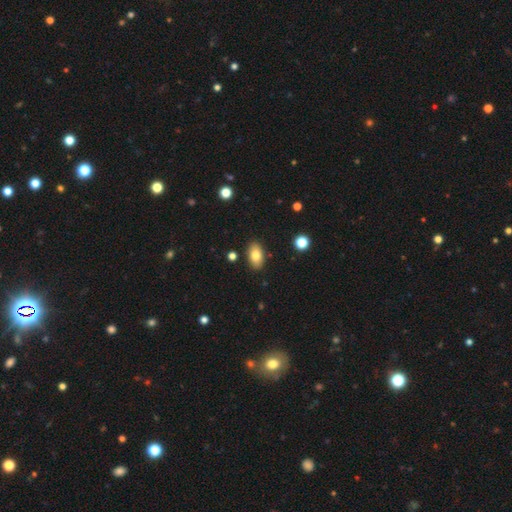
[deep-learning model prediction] A smooth galaxy with no disk features (80%) that is in between round and cigar-shaped (92%).

Vote fractions:
- Smooth or featured? smooth: 80% / featured or disk: 12% / star or artifact: 8%
- How rounded? in between: 92% / round: 6% / cigar-shaped: 2%
- Merging? none: 87% / minor disturbance: 9% / major disturbance: 2% / merger: 2%